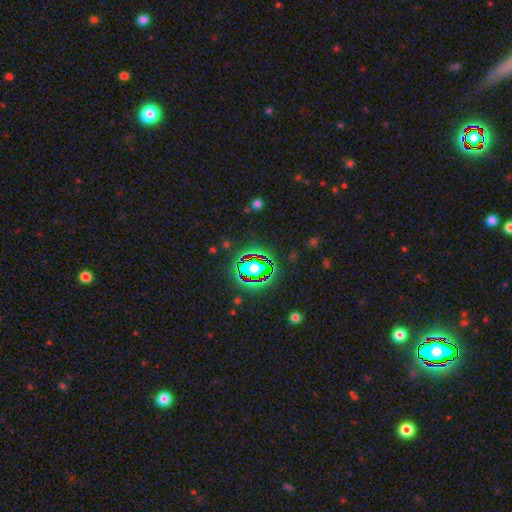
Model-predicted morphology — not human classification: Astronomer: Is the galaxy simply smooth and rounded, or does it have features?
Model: star or artifact — 76%.